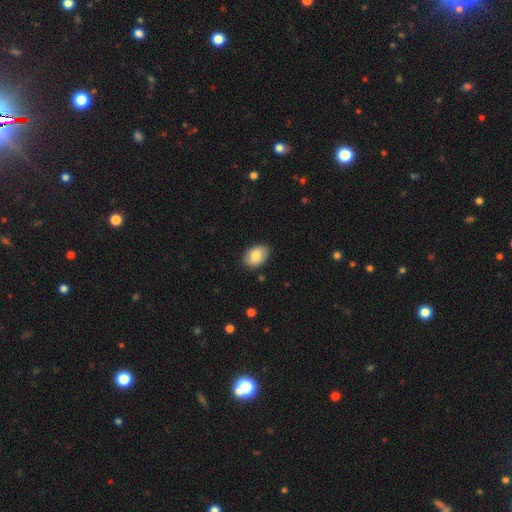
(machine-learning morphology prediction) Overall: smooth (83%). How rounded: in between (83%). Merging: none (85%).